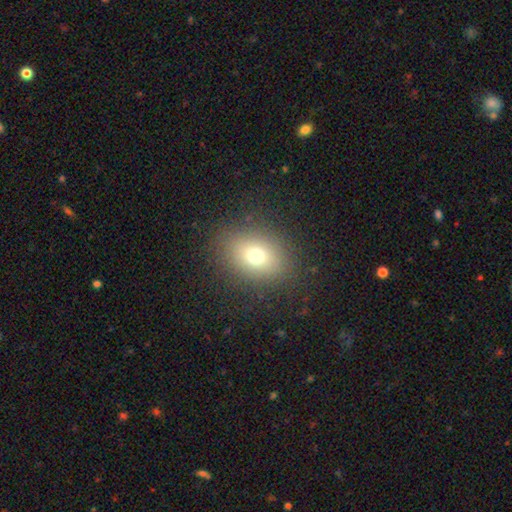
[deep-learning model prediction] smooth-or-featured: smooth: 71% | star or artifact: 16% | featured or disk: 13%
  how-rounded: in between: 56% | round: 43% | cigar-shaped: 1%
  merging: none: 85% | minor disturbance: 9% | major disturbance: 5% | merger: 1%